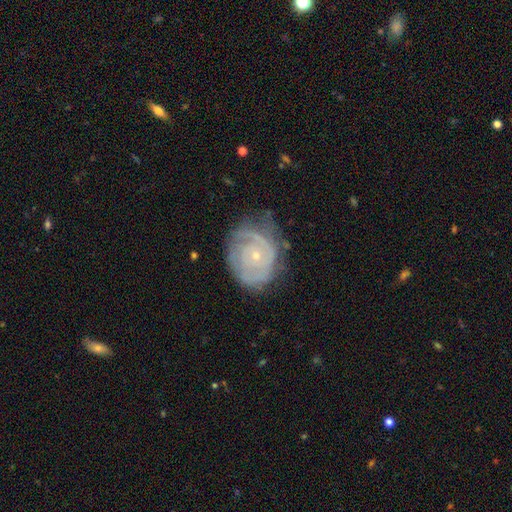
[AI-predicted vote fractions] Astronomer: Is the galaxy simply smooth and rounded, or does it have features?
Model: featured or disk — 81%.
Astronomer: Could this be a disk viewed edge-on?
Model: no — 97%.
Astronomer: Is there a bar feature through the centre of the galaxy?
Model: no — 78%.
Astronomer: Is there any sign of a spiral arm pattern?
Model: yes — 91%.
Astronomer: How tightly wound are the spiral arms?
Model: tight — 74%.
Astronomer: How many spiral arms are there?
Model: can't tell — 35% (runner-up: 2, 32%).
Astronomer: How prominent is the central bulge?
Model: small — 77%.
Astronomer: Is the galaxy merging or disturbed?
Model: none — 66%.